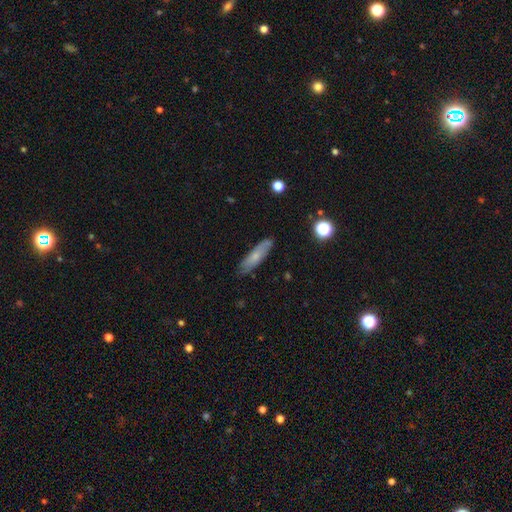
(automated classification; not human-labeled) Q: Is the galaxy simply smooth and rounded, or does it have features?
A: smooth — 63%.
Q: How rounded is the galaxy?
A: cigar-shaped — 72%.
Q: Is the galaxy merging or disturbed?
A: none — 80%.